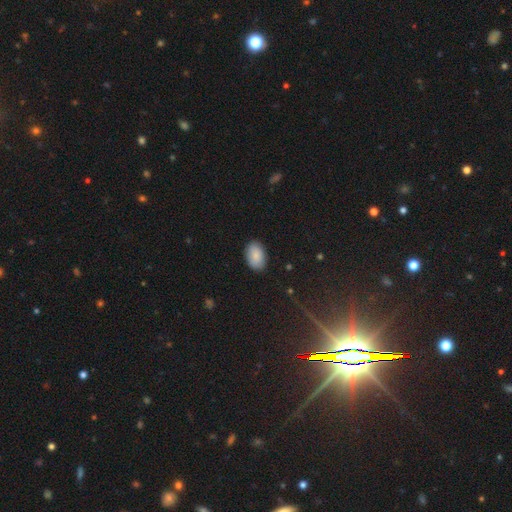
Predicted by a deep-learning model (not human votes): Smooth or featured? smooth (87%)
How rounded? in between (90%)
Merging? none (87%)